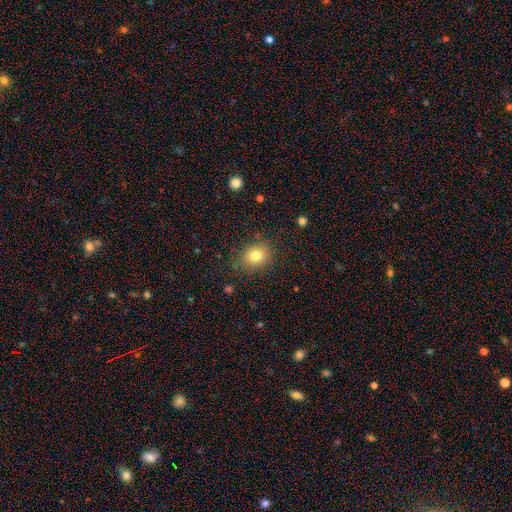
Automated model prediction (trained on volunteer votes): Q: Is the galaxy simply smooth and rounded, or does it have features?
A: smooth — 80%.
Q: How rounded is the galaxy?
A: round — 58%.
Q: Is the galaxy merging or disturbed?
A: none — 84%.